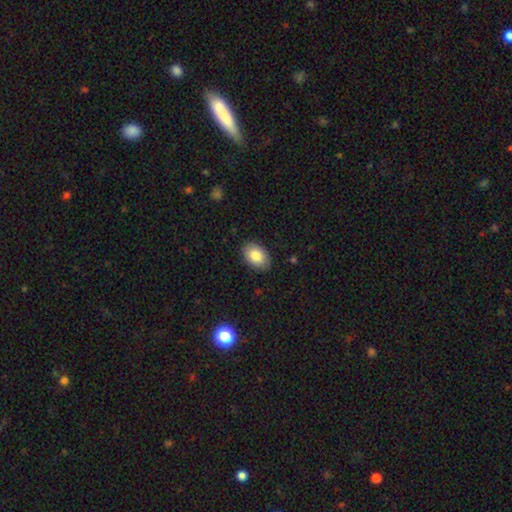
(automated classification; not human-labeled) Smooth or featured: smooth — 84% (featured or disk — 9%)
How rounded: in between — 88% (round — 11%)
Merging: none — 87% (minor disturbance — 10%)